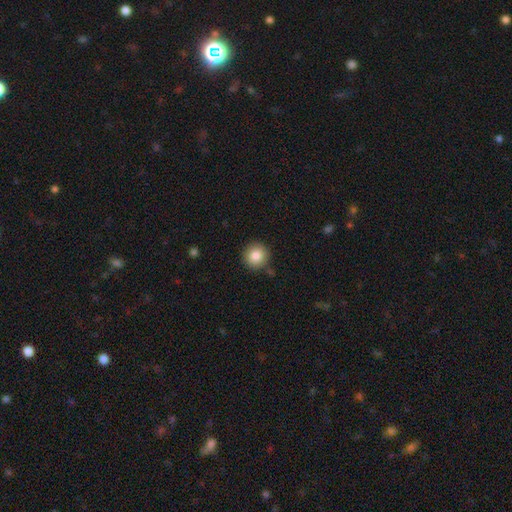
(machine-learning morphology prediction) Smooth or featured? smooth (85%)
How rounded? round (92%)
Merging? none (87%)